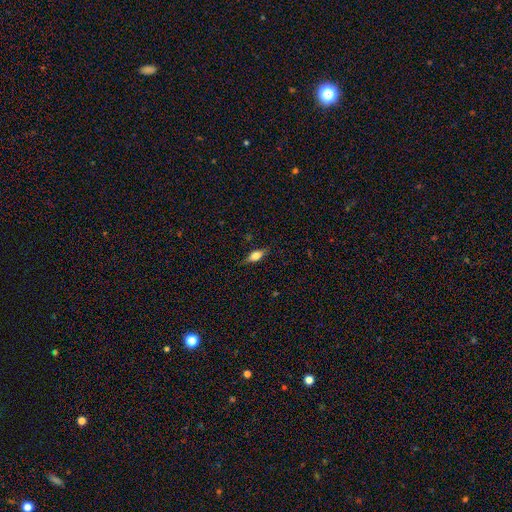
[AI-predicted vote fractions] A smooth galaxy with no disk features (64%) that is in between round and cigar-shaped (74%). Merging: none (81%).